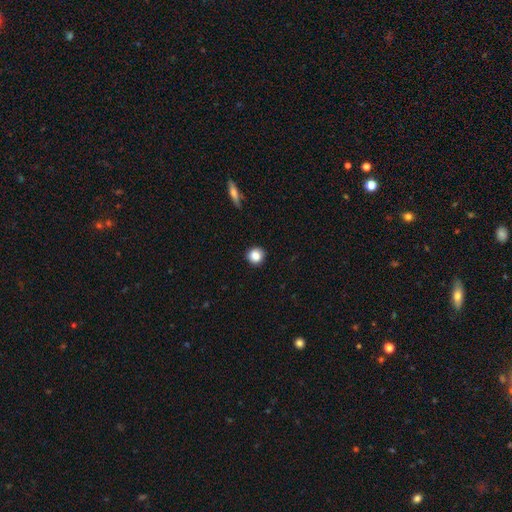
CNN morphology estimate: A smooth galaxy with no disk features (86%) that is round (92%).

Vote fractions:
- Smooth or featured? smooth: 86% / star or artifact: 10% / featured or disk: 4%
- How rounded? round: 92% / in between: 7% / cigar-shaped: 1%
- Merging? none: 91% / minor disturbance: 6% / major disturbance: 2% / merger: 1%